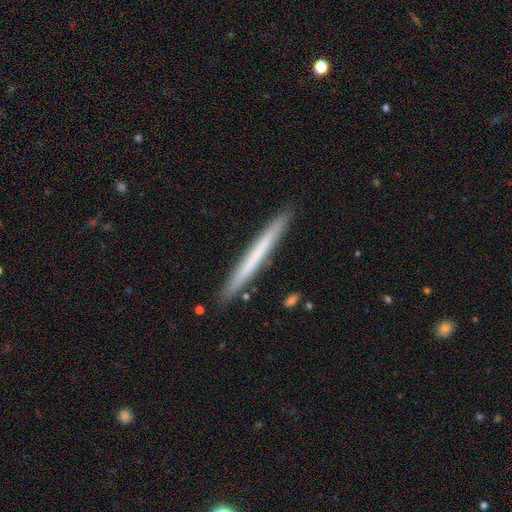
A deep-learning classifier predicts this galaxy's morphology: Overall: smooth (54%; featured or disk 40%). How rounded: cigar-shaped (98%). Merging: none (91%).